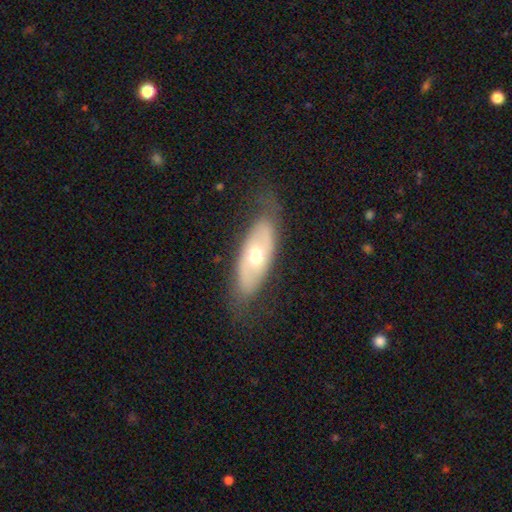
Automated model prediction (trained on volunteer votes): Smooth or featured: featured or disk — 57% (smooth — 37%)
Edge-on disk: no — 79% (yes — 21%)
Merging: none — 73% (minor disturbance — 18%)